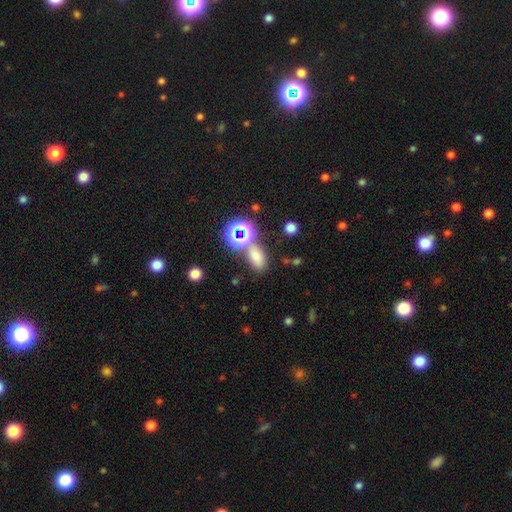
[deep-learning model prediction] A smooth galaxy with no disk features (66%) that is in between round and cigar-shaped (78%).

Vote fractions:
- Smooth or featured? smooth: 66% / star or artifact: 26% / featured or disk: 7%
- How rounded? in between: 78% / round: 18% / cigar-shaped: 4%
- Merging? none: 66% / merger: 17% / minor disturbance: 12% / major disturbance: 5%